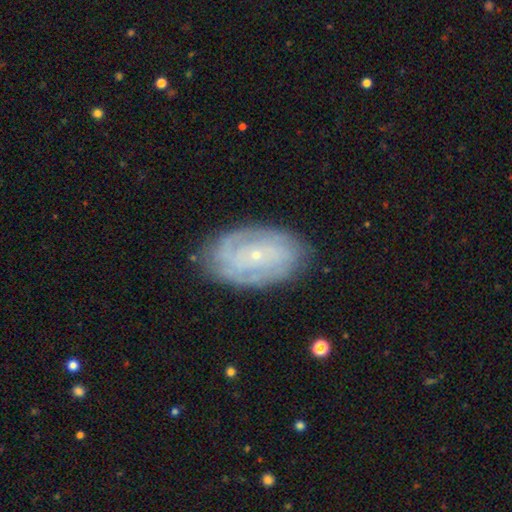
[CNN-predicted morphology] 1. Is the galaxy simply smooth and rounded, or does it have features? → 78% featured or disk, 15% smooth, 7% star or artifact.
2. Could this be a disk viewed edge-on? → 96% no, 4% yes.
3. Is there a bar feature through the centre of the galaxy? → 76% no, 20% weak, 5% strong.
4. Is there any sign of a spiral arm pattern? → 91% yes, 9% no.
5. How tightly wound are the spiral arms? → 73% tight, 21% medium, 6% loose.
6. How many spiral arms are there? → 43% can't tell, 19% 2, 14% 3, 12% 4, 6% more than 4, 6% 1.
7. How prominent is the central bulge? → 87% small, 10% moderate, 2% none, 1% large, 1% dominant.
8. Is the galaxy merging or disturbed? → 79% none, 15% minor disturbance, 4% major disturbance, 1% merger.